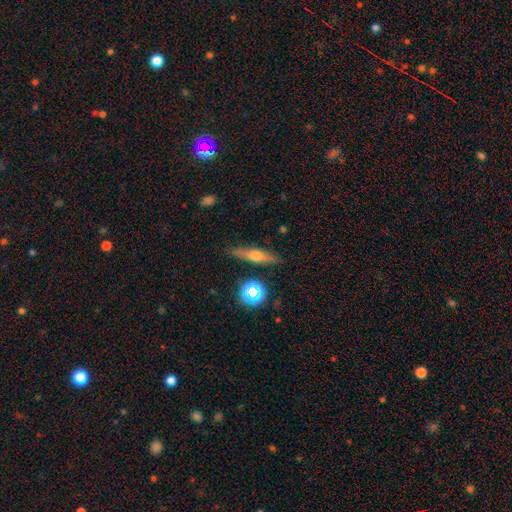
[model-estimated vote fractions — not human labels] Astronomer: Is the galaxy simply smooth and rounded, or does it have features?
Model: featured or disk — 52% (runner-up: smooth, 37%).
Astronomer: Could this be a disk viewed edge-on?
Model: yes — 92%.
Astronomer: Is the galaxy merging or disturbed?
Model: none — 87%.